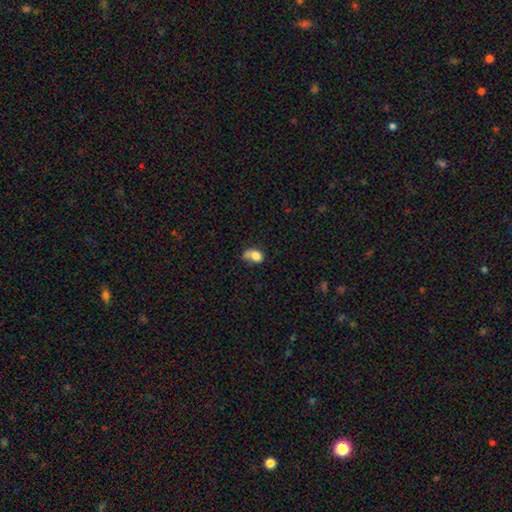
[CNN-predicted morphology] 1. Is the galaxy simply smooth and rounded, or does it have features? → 77% smooth, 14% featured or disk, 9% star or artifact.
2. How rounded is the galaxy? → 62% in between, 37% round, 2% cigar-shaped.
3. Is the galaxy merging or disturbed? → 31% none, 28% minor disturbance, 24% major disturbance, 18% merger.